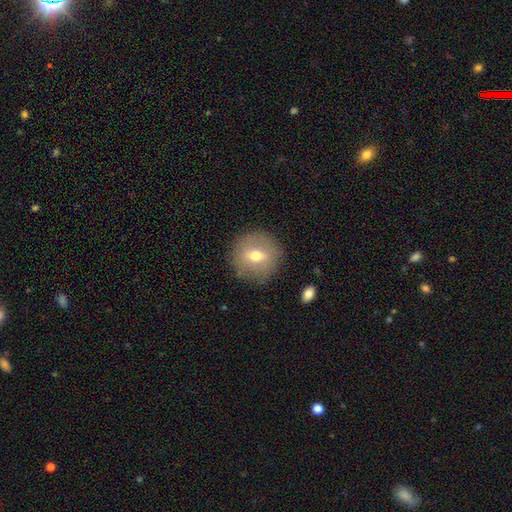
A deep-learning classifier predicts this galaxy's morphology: Overall: smooth (55%; featured or disk 36%). How rounded: round (92%). Merging: none (87%).